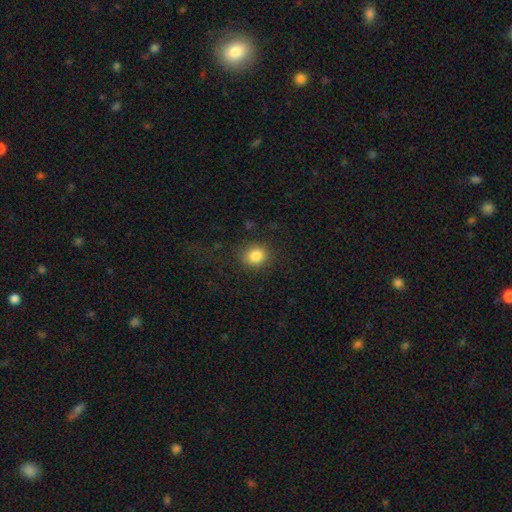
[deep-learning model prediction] This appears to be a smooth galaxy with no disk features (84%) that is round (78%). Merging: none (86%).